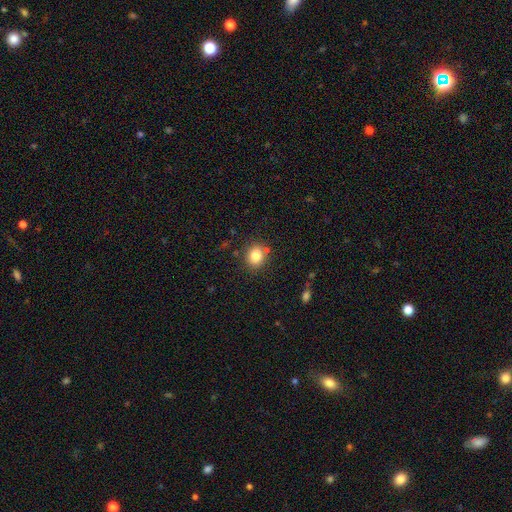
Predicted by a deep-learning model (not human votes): smooth-or-featured: smooth: 83% | star or artifact: 11% | featured or disk: 7%
  how-rounded: round: 66% | in between: 33% | cigar-shaped: 1%
  merging: none: 81% | minor disturbance: 11% | merger: 5% | major disturbance: 3%